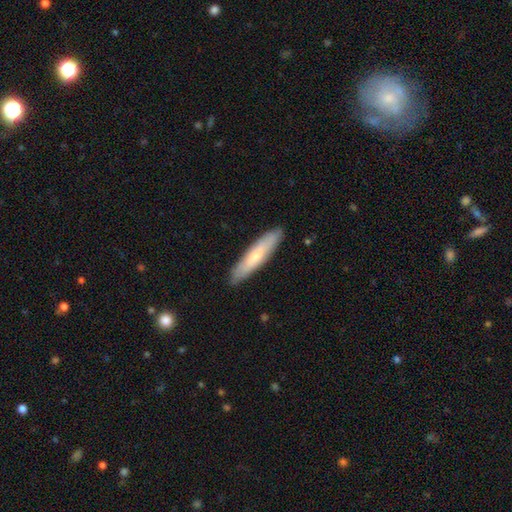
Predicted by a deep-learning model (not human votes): The model was most divided on "smooth or featured": smooth: 62%, featured or disk: 33%, star or artifact: 5%. More confident: merging — none (89%); how rounded — cigar-shaped (82%).